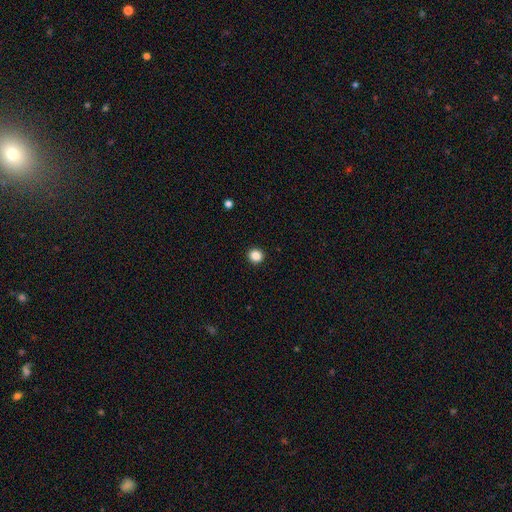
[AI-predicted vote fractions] smooth 86%, star or artifact 11%, featured or disk 3%. Down the decision tree: how rounded — round (92%); merging — none (93%).